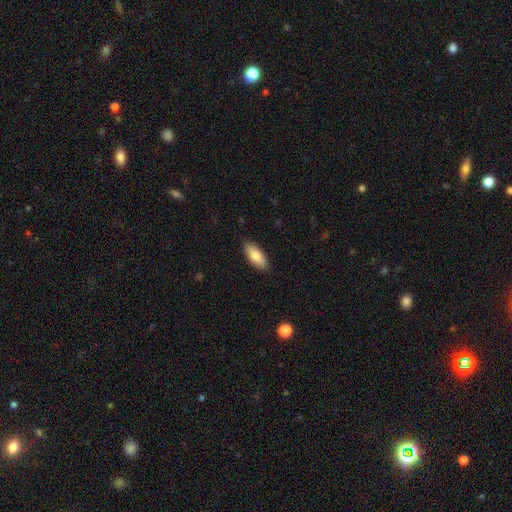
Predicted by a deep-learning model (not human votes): smooth 80%, featured or disk 14%, star or artifact 6%. Down the decision tree: how rounded — in between (84%); merging — none (88%).